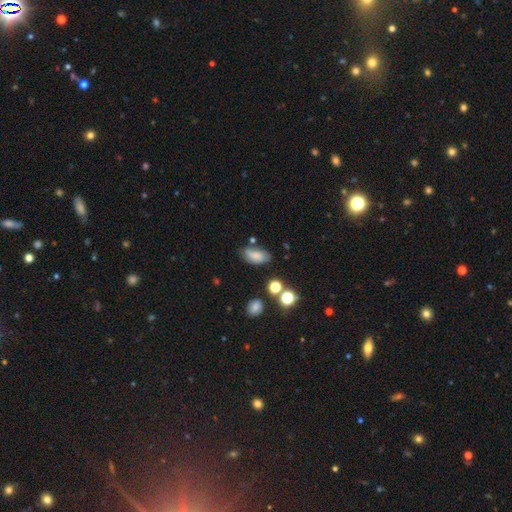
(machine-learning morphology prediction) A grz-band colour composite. It shows a smooth galaxy with no disk features (72%) that is in between round and cigar-shaped (89%). Merging: none (61%).